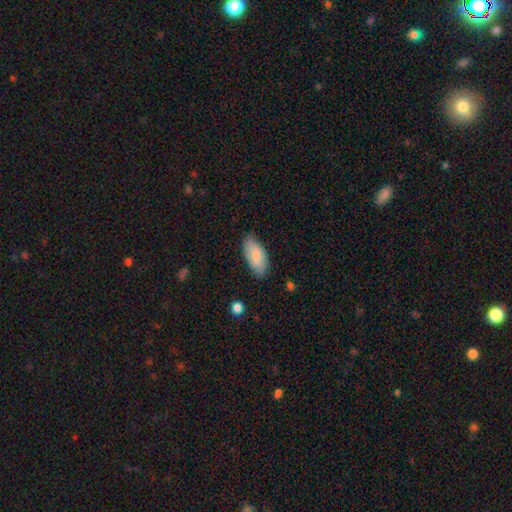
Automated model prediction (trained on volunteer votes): Morphology: type=smooth (84%); roundness=in between (90%); merging=none (81%).